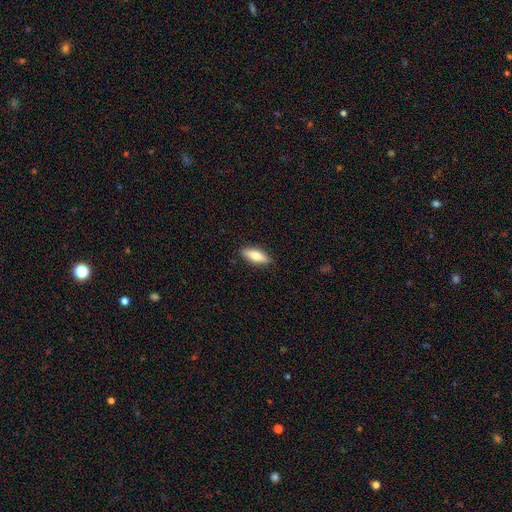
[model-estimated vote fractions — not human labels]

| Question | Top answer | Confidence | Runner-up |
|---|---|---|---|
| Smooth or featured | smooth | 69% | featured or disk (24%) |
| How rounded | in between | 60% | cigar-shaped (38%) |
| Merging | none | 87% | minor disturbance (10%) |